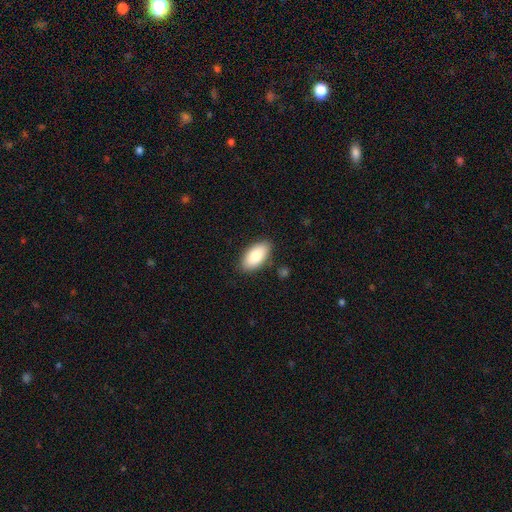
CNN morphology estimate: smooth-or-featured: smooth: 82% | featured or disk: 12% | star or artifact: 6%
  how-rounded: in between: 94% | cigar-shaped: 4% | round: 3%
  merging: none: 85% | minor disturbance: 11% | major disturbance: 2% | merger: 2%